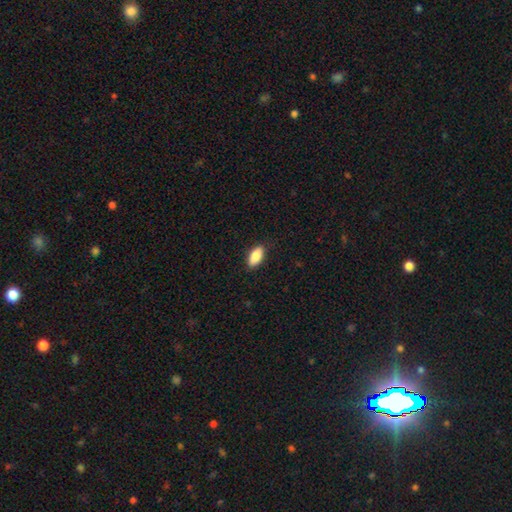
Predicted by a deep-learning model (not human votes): Smooth or featured?
  - smooth: 84% *
  - featured or disk: 9%
  - star or artifact: 7%
How rounded?
  - in between: 87% *
  - cigar-shaped: 10%
  - round: 3%
Merging?
  - none: 86% *
  - minor disturbance: 10%
  - major disturbance: 2%
  - merger: 1%